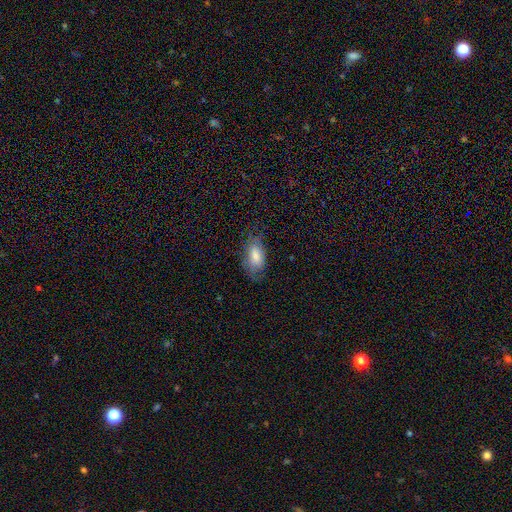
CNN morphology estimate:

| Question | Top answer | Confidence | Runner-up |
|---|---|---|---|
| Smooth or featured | smooth | 72% | featured or disk (21%) |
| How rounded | in between | 91% | cigar-shaped (6%) |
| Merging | none | 64% | minor disturbance (25%) |